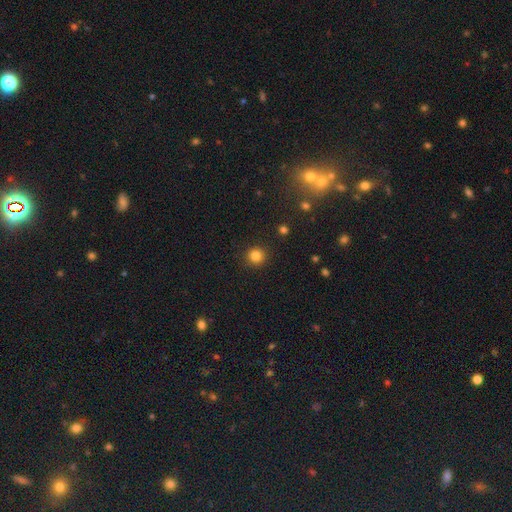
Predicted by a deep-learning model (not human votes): This is clearly a smooth galaxy (83%). How rounded: clearly round (94%). Merging: clearly none (91%).